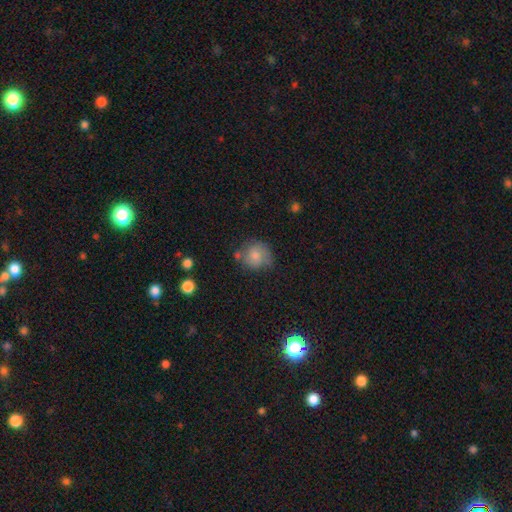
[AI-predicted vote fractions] smooth_or_featured: smooth (p=0.63) [alt: featured or disk p=0.28]
how_rounded: round (p=0.82) [alt: in between p=0.17]
merging: none (p=0.60) [alt: minor disturbance p=0.25]